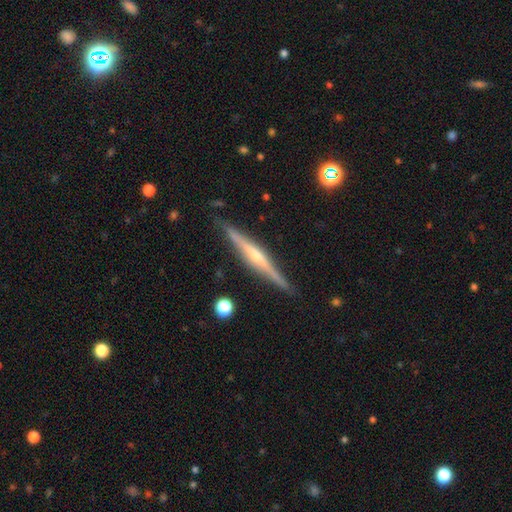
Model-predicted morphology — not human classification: Smooth or featured: featured or disk — 77% (smooth — 17%)
Edge-on disk: yes — 98% (no — 2%)
Edge-on bulge: rounded — 65% (none — 23%)
Merging: none — 89% (minor disturbance — 8%)